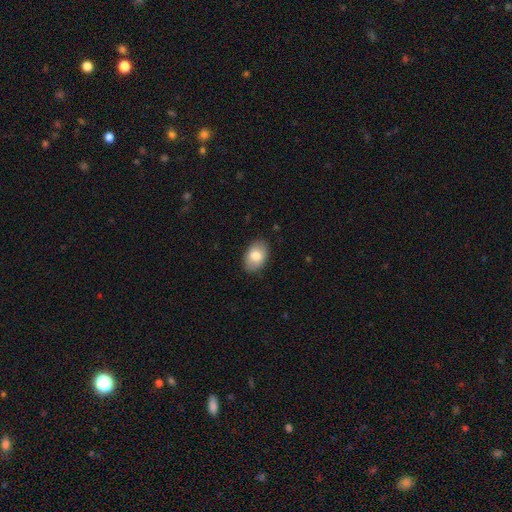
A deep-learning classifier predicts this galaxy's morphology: Q: Smooth or featured?
A: smooth (81%); runner-up: featured or disk (13%)
Q: How rounded?
A: in between (89%); runner-up: round (10%)
Q: Merging?
A: none (87%); runner-up: minor disturbance (10%)